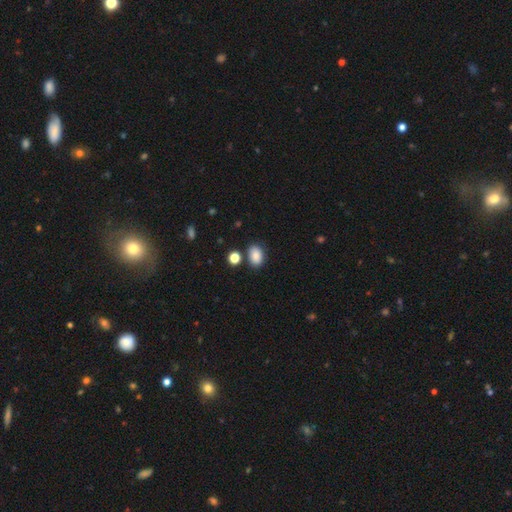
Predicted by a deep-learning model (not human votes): Smooth or featured? smooth (86%)
How rounded? in between (83%)
Merging? none (78%)